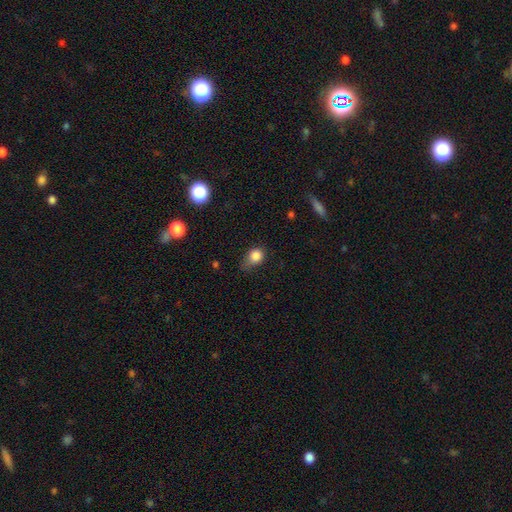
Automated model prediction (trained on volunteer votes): Smooth or featured? smooth (83%)
How rounded? round (56%)
Merging? minor disturbance (41%, tied with none)